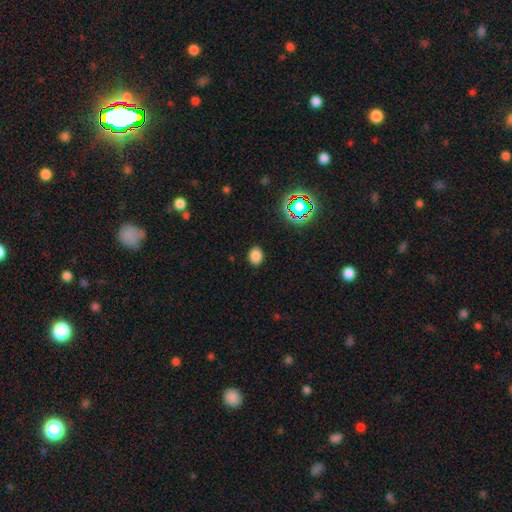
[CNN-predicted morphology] Overall: smooth (81%). How rounded: in between (59%; round 40%). Merging: none (88%).